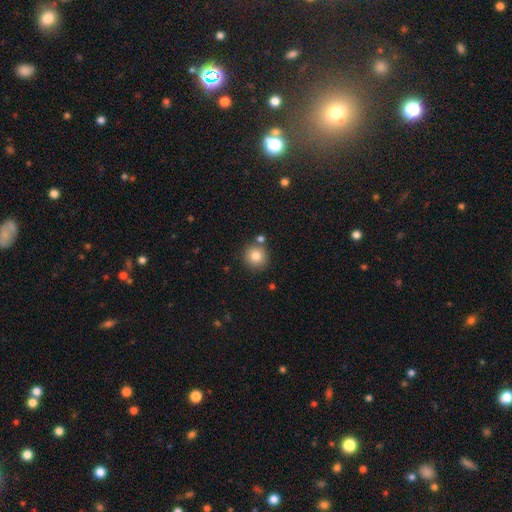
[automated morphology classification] Smooth or featured? Predicted: smooth (p=0.82). How rounded? Predicted: round (p=0.93). Merging? Predicted: none (p=0.79).